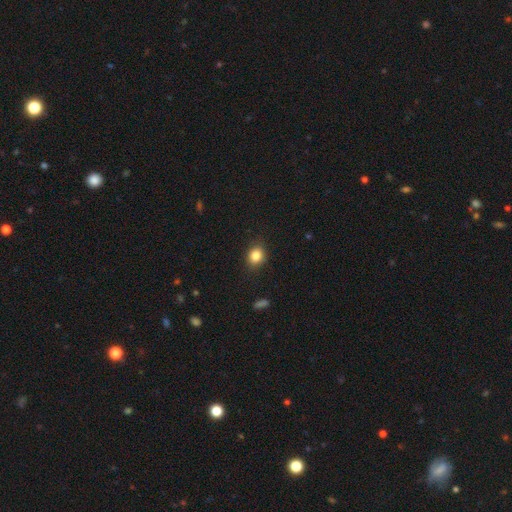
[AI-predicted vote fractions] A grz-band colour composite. It shows a smooth galaxy with no disk features (85%) that is round (64%). Merging: none (86%).